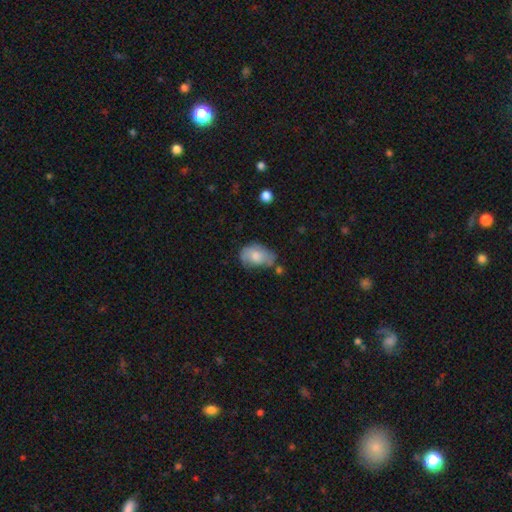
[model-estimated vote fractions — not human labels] A smooth galaxy with no disk features (66%) that is in between round and cigar-shaped (84%). Merging: none (43%).